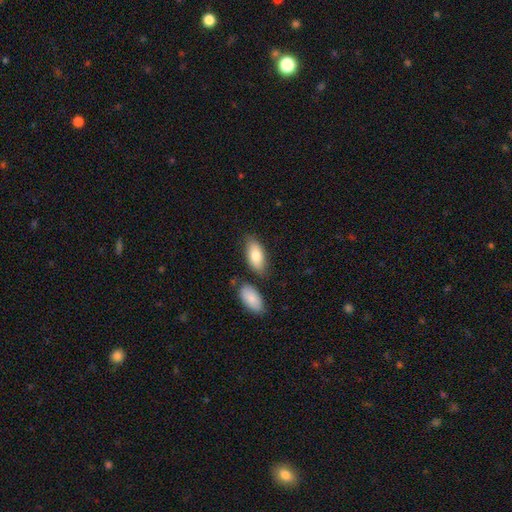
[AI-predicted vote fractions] This appears to be a smooth galaxy with no disk features (81%) that is in between round and cigar-shaped (90%). Merging: none (72%).